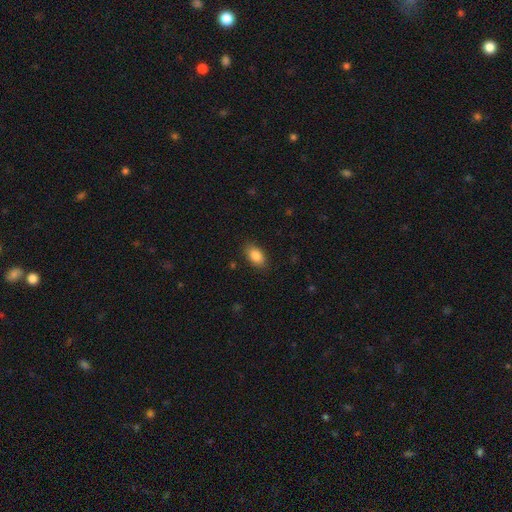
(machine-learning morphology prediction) Smooth or featured? Predicted: smooth (p=0.87). How rounded? Predicted: in between (p=0.91). Merging? Predicted: none (p=0.85).